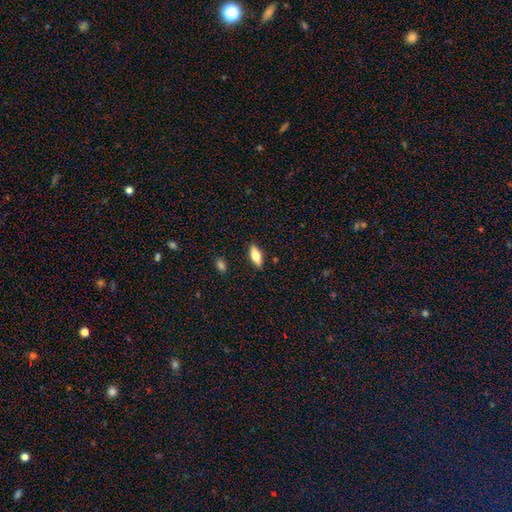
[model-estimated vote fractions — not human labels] Q: Smooth or featured?
A: smooth (72%); runner-up: featured or disk (21%)
Q: How rounded?
A: in between (78%); runner-up: cigar-shaped (20%)
Q: Merging?
A: none (87%); runner-up: minor disturbance (9%)